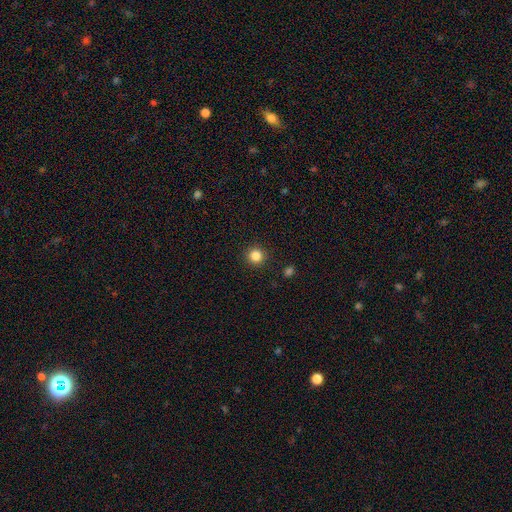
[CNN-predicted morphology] smooth_or_featured: smooth (p=0.84) [alt: star or artifact p=0.12]
how_rounded: round (p=0.94) [alt: in between p=0.05]
merging: none (p=0.92) [alt: minor disturbance p=0.05]